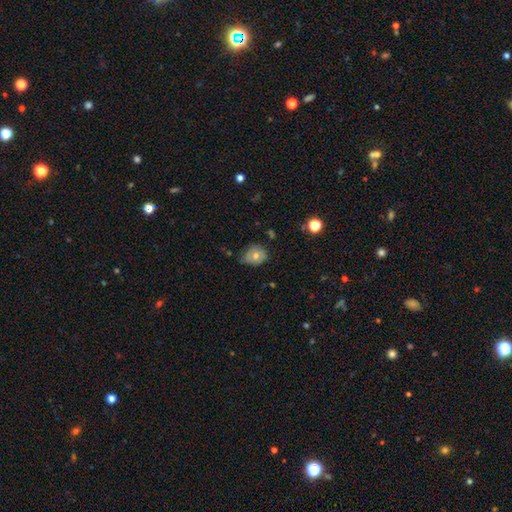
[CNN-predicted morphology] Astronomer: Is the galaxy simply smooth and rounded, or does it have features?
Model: smooth — 69%.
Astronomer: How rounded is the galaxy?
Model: round — 56% (runner-up: in between, 43%).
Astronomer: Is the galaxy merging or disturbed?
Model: none — 51% (runner-up: minor disturbance, 38%).